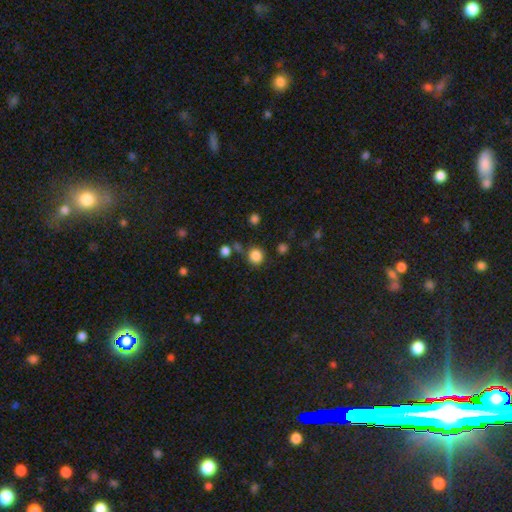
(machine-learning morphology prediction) The model was most divided on "merging": none: 80%, minor disturbance: 10%, merger: 7%, major disturbance: 4%. More confident: how rounded — round (91%); smooth or featured — smooth (84%).